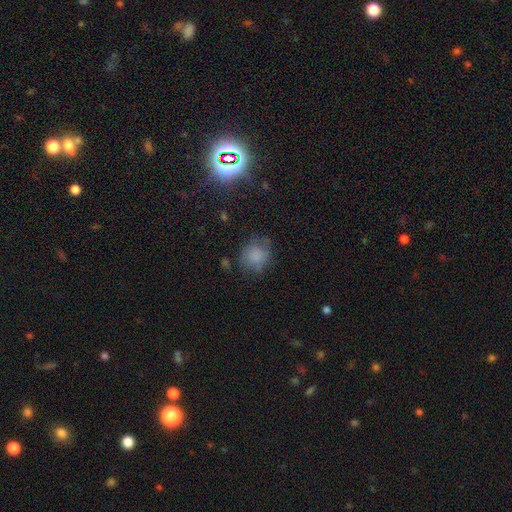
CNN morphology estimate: Smooth or featured?
  - smooth: 78% *
  - featured or disk: 12%
  - star or artifact: 10%
How rounded?
  - round: 76% *
  - in between: 23%
  - cigar-shaped: 1%
Merging?
  - none: 61% *
  - minor disturbance: 25%
  - major disturbance: 11%
  - merger: 3%